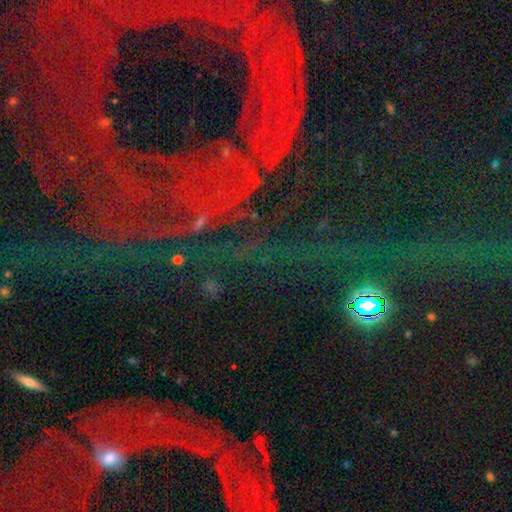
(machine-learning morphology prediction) This appears to be a star or artifact, not a galaxy (77%).